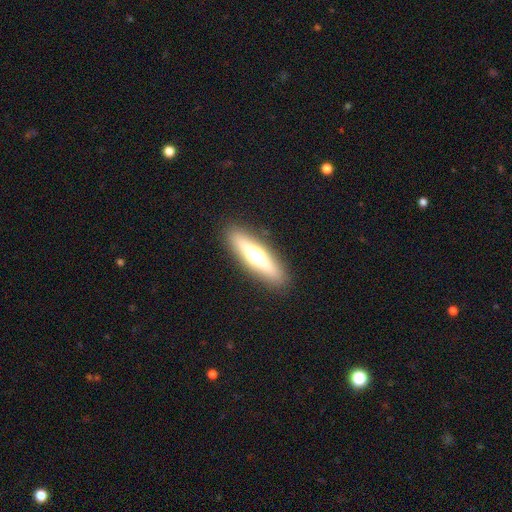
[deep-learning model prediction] Morphology: type=featured or disk (55%); edge-on=yes (88%); merging=none (88%).